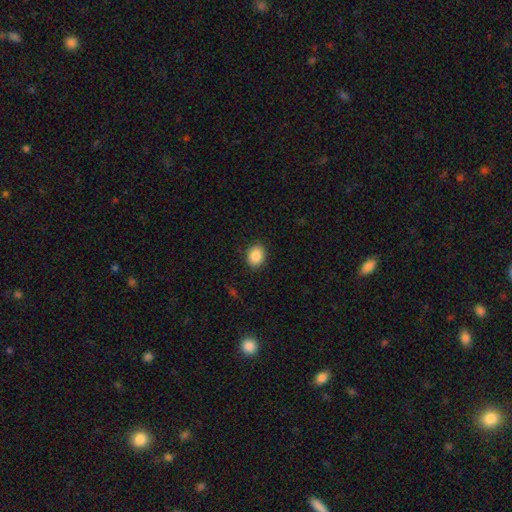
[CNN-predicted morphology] Smooth or featured? smooth (88%)
How rounded? in between (51%)
Merging? none (88%)